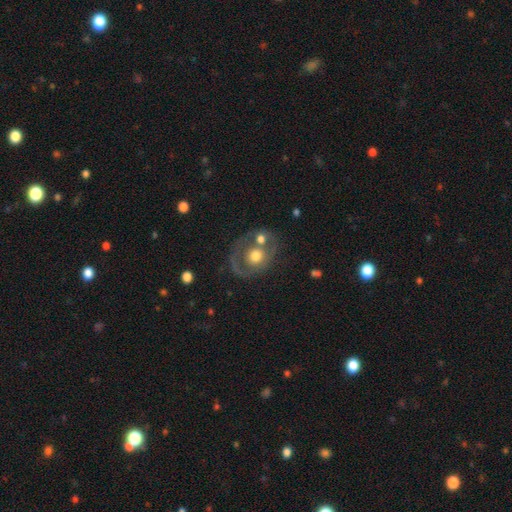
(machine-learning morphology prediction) type=featured or disk (48%); merging=none (48%).